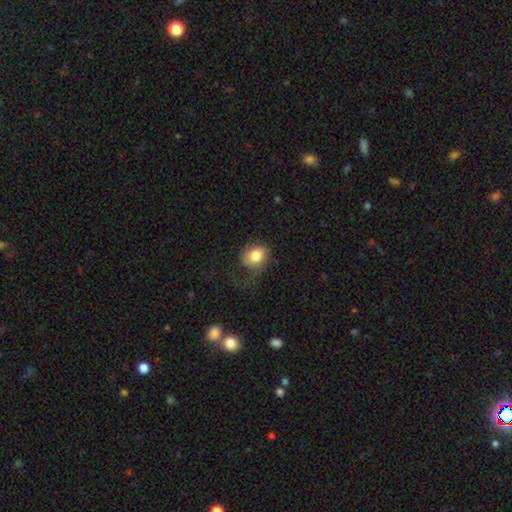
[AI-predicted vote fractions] Smooth or featured? Predicted: smooth (p=0.77). How rounded? Predicted: round (p=0.53). Merging? Predicted: none (p=0.42).